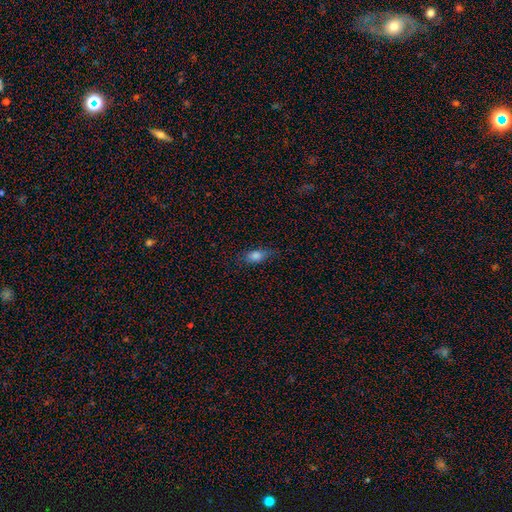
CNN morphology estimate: A smooth galaxy with no disk features (78%) that is in between round and cigar-shaped (79%). Merging: none (70%).